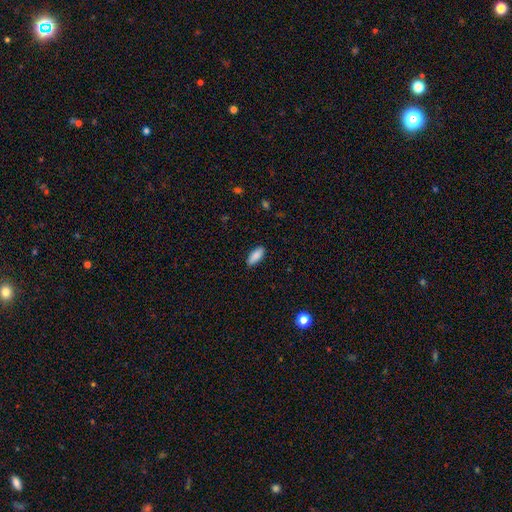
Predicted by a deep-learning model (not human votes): Smooth or featured?
  - smooth: 88% *
  - star or artifact: 6%
  - featured or disk: 5%
How rounded?
  - in between: 72% *
  - cigar-shaped: 26%
  - round: 2%
Merging?
  - none: 88% *
  - minor disturbance: 9%
  - major disturbance: 2%
  - merger: 1%